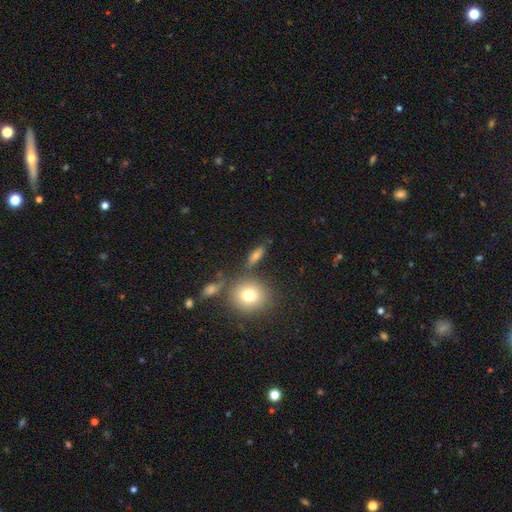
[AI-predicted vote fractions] Smooth or featured? smooth (65%)
How rounded? in between (52%)
Merging? none (73%)